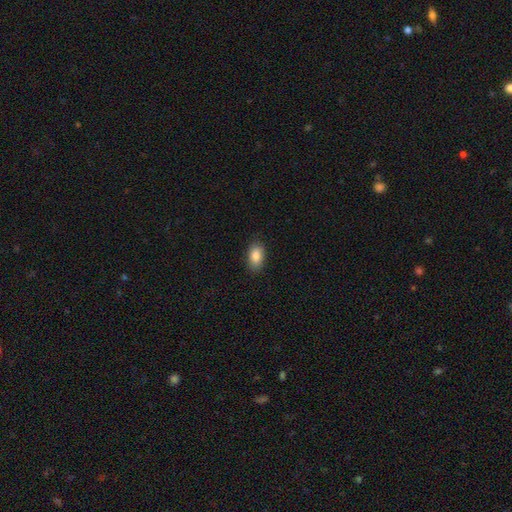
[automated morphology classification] Overall: smooth (87%). How rounded: in between (92%). Merging: none (87%).